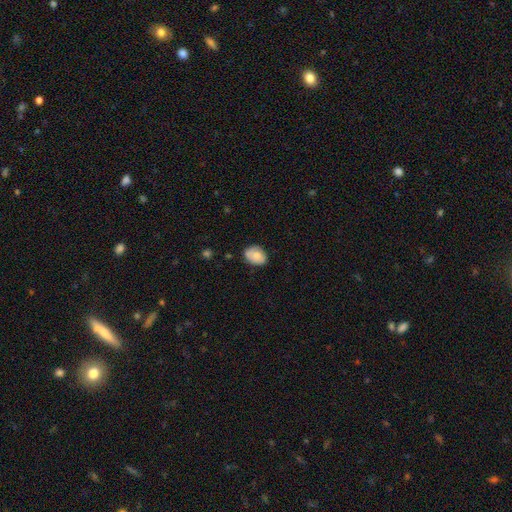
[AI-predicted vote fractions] Smooth or featured? smooth (73%)
How rounded? in between (65%)
Merging? none (72%)